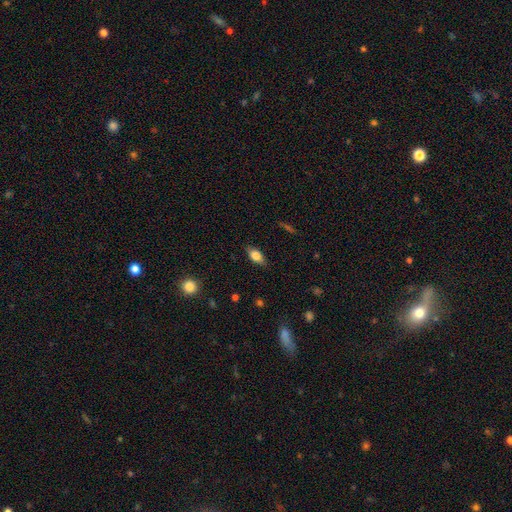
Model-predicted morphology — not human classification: Smooth or featured: smooth — 77% (featured or disk — 15%)
How rounded: in between — 85% (cigar-shaped — 9%)
Merging: none — 83% (minor disturbance — 13%)